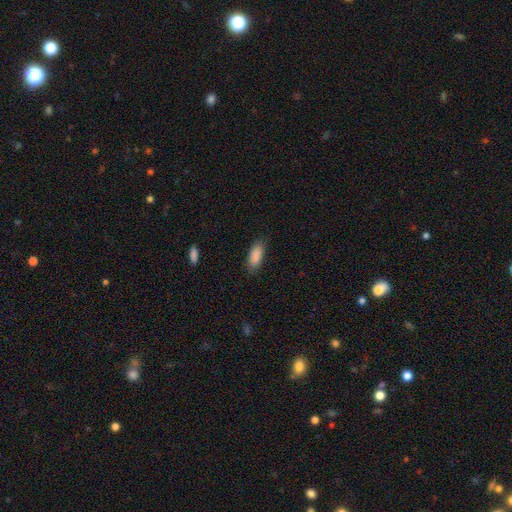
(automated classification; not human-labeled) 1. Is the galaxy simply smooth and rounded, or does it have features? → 90% smooth, 7% star or artifact, 4% featured or disk.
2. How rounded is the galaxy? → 82% in between, 16% cigar-shaped, 2% round.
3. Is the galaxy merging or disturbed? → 84% none, 12% minor disturbance, 3% major disturbance, 1% merger.